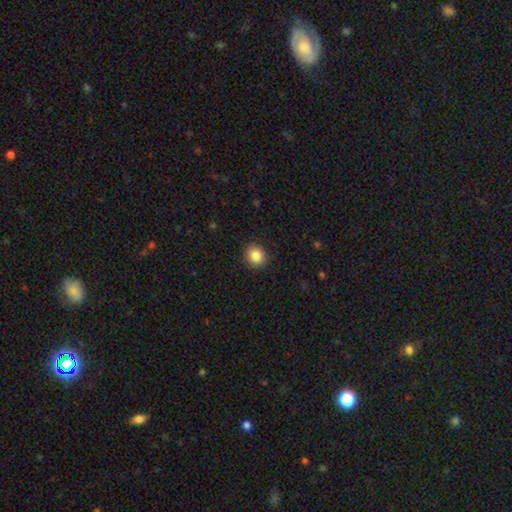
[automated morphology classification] Smooth or featured: smooth — 86% (star or artifact — 9%)
How rounded: round — 78% (in between — 21%)
Merging: none — 91% (minor disturbance — 6%)